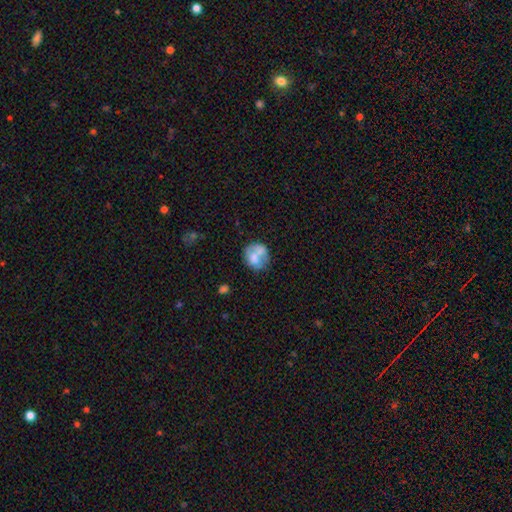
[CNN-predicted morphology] Smooth or featured? Predicted: smooth (p=0.57). How rounded? Predicted: round (p=0.65). Merging? Predicted: none (p=0.38).